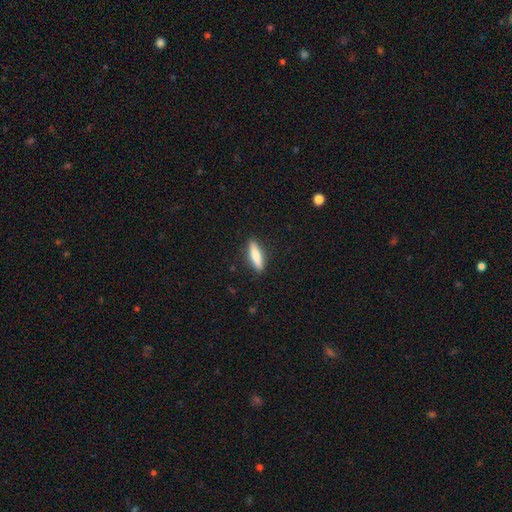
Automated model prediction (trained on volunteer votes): Smooth or featured? Predicted: smooth (p=0.76). How rounded? Predicted: cigar-shaped (p=0.69). Merging? Predicted: none (p=0.90).